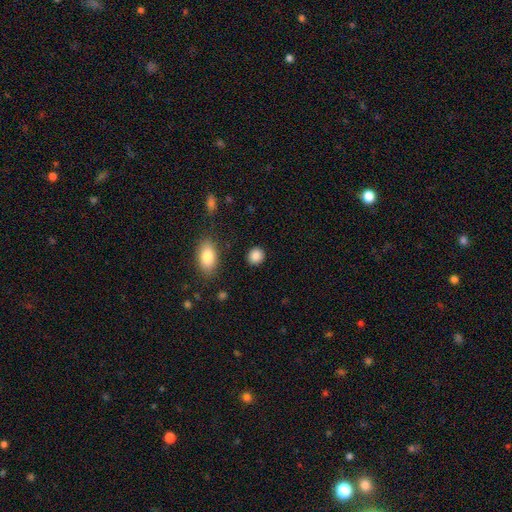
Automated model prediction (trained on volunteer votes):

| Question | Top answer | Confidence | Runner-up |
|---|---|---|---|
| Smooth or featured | smooth | 88% | star or artifact (8%) |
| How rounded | round | 76% | in between (22%) |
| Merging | none | 89% | minor disturbance (7%) |